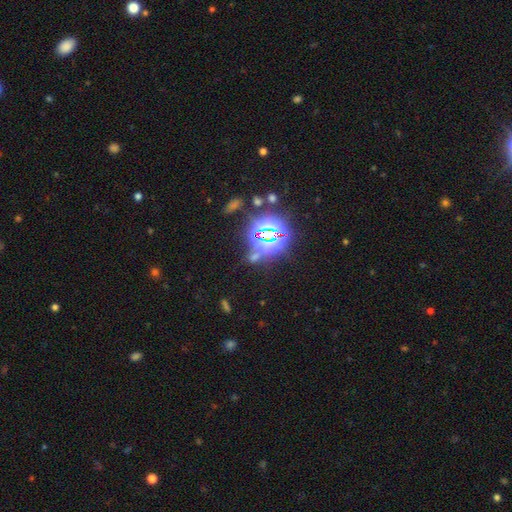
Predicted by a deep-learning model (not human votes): The model was most divided on "smooth or featured": star or artifact: 75%, smooth: 17%, featured or disk: 8%.